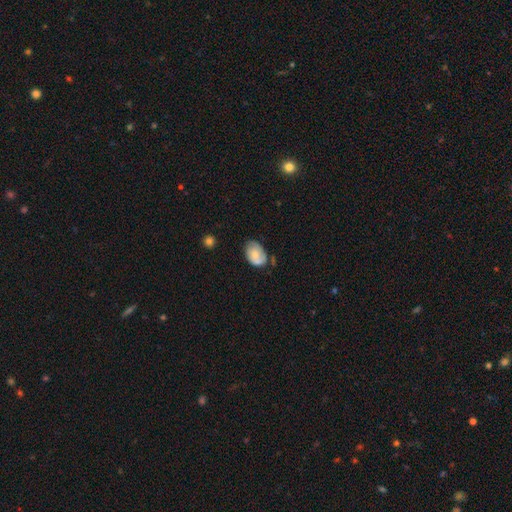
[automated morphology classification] Q: Smooth or featured?
A: smooth (61%); runner-up: featured or disk (32%)
Q: How rounded?
A: in between (83%); runner-up: round (16%)
Q: Merging?
A: none (46%); runner-up: minor disturbance (38%)